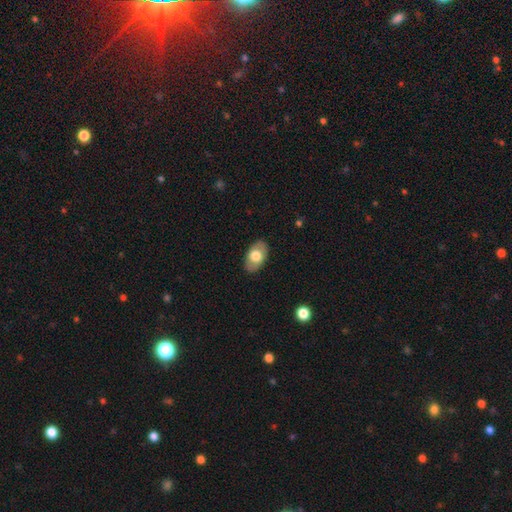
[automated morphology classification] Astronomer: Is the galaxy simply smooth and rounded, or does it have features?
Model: smooth — 67%.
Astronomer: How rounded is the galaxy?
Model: in between — 92%.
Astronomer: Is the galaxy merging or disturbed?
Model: none — 85%.